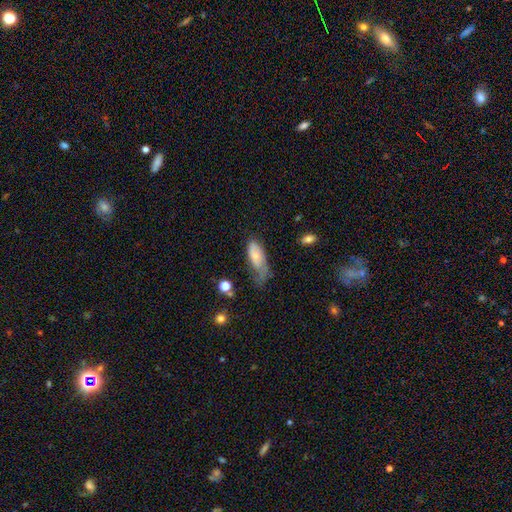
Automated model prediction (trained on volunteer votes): Smooth or featured: smooth — 62% (featured or disk — 31%)
How rounded: in between — 83% (cigar-shaped — 14%)
Merging: minor disturbance — 36% (tied with major disturbance — 36%)